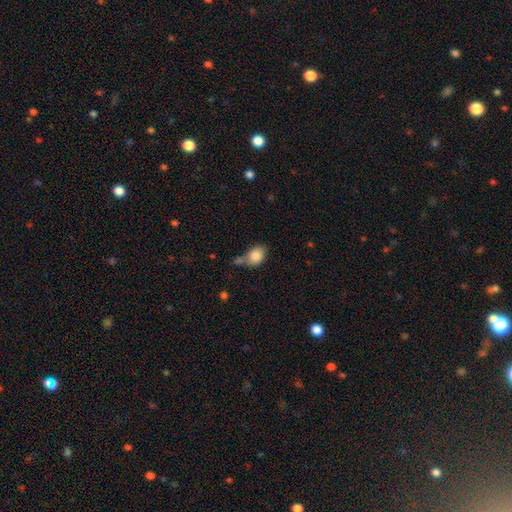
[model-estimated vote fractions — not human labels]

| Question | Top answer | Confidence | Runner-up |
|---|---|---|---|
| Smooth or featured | smooth | 84% | featured or disk (8%) |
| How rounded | in between | 64% | round (34%) |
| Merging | none | 47% | minor disturbance (24%) |